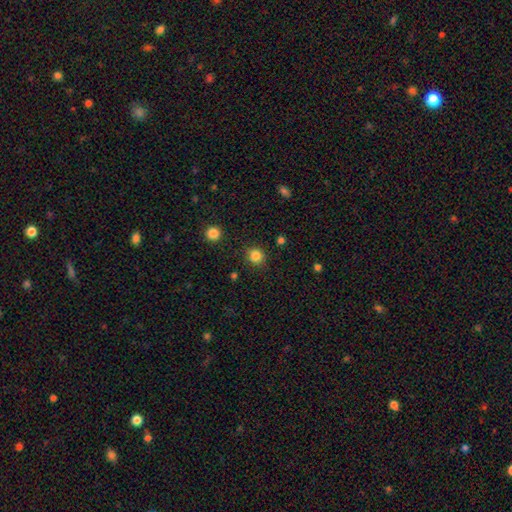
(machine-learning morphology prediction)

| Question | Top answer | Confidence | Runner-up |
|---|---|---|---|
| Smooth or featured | smooth | 83% | star or artifact (12%) |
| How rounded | round | 88% | in between (11%) |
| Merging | none | 88% | minor disturbance (7%) |